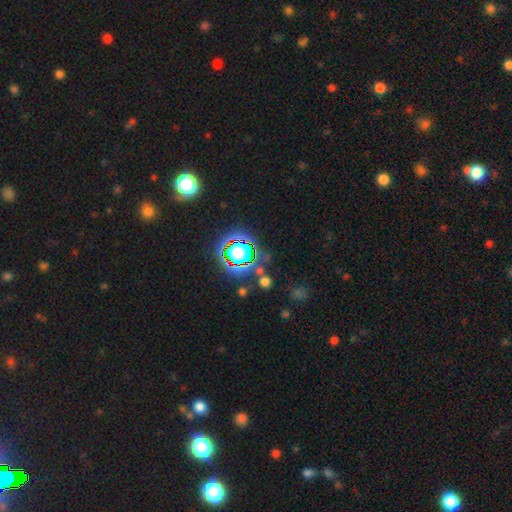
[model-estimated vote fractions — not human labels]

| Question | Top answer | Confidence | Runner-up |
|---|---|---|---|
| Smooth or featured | star or artifact | 80% | smooth (13%) |